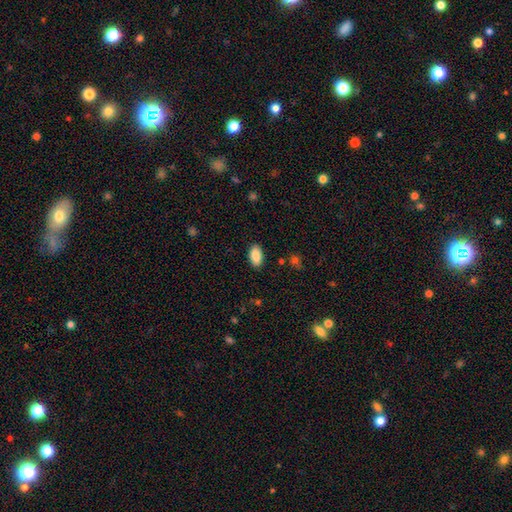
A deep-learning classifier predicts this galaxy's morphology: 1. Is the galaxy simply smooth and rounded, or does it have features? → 87% smooth, 7% star or artifact, 6% featured or disk.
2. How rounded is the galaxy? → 94% in between, 3% round, 2% cigar-shaped.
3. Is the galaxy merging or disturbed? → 88% none, 9% minor disturbance, 2% major disturbance, 1% merger.